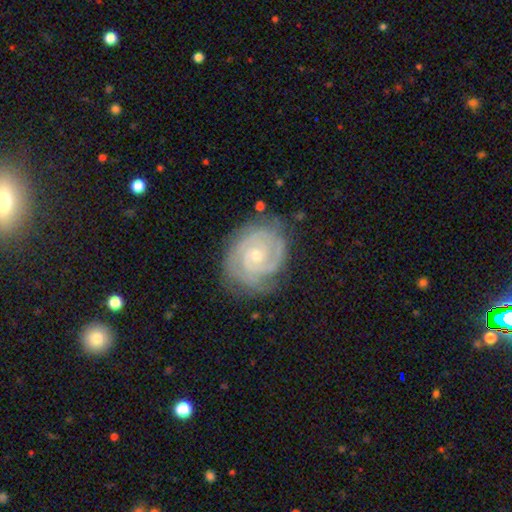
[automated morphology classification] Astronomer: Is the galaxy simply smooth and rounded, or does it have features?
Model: featured or disk — 88%.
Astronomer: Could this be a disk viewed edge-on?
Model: no — 98%.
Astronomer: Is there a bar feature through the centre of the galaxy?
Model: no — 72%.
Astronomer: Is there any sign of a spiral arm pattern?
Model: yes — 97%.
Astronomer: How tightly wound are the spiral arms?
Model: tight — 76%.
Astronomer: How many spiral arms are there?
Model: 2 — 45% (runner-up: 3, 23%).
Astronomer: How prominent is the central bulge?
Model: small — 68%.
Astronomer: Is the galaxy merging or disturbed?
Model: none — 75%.